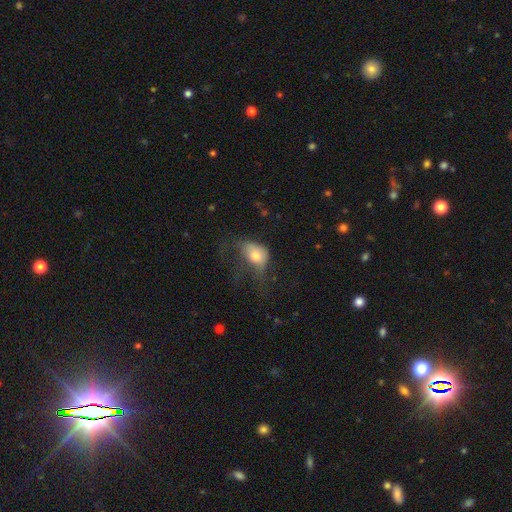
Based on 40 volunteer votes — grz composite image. It shows a smooth galaxy with no disk features (70%) that is in between round and cigar-shaped (71%). Merging: major disturbance (44%).